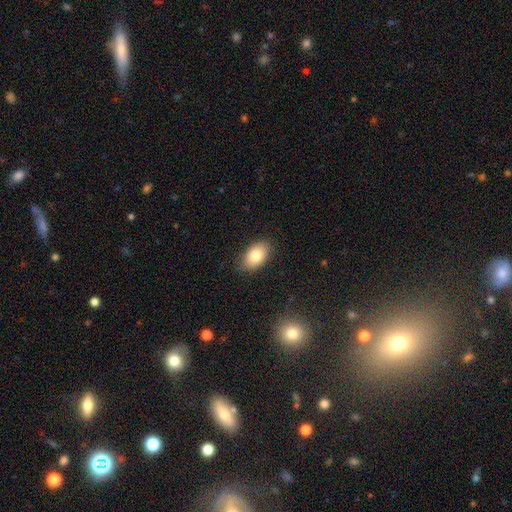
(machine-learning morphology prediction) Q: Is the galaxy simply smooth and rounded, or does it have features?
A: smooth — 81%.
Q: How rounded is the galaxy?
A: in between — 92%.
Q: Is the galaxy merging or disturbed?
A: none — 85%.